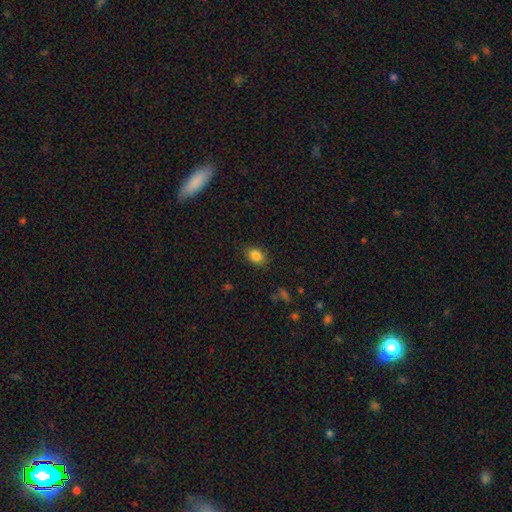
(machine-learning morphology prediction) Smooth or featured: smooth — 85% (star or artifact — 10%)
How rounded: in between — 68% (round — 31%)
Merging: none — 84% (minor disturbance — 12%)